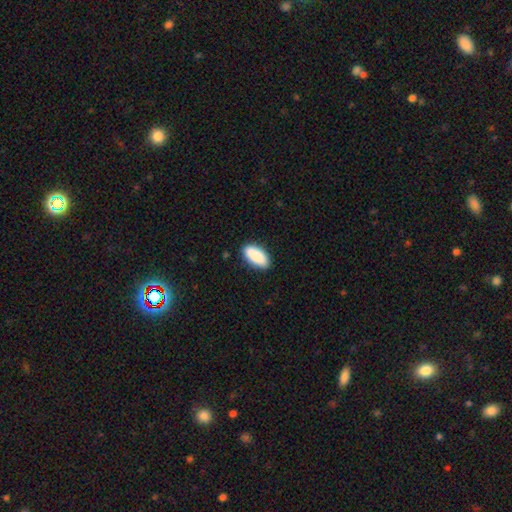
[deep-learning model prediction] Overall: smooth (88%). How rounded: in between (90%). Merging: none (88%).